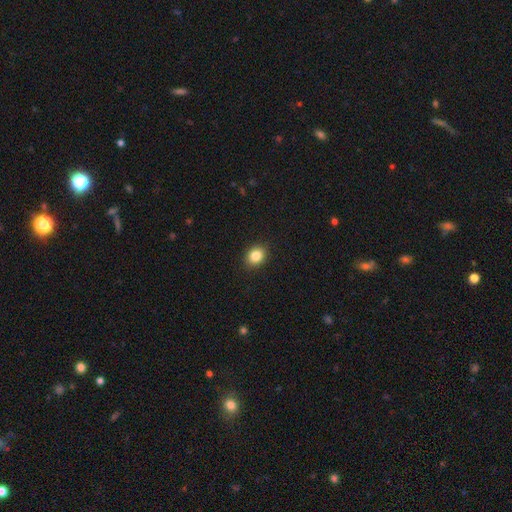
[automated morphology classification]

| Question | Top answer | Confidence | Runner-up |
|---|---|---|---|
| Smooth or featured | smooth | 85% | star or artifact (10%) |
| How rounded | round | 55% | in between (44%) |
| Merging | none | 91% | minor disturbance (7%) |